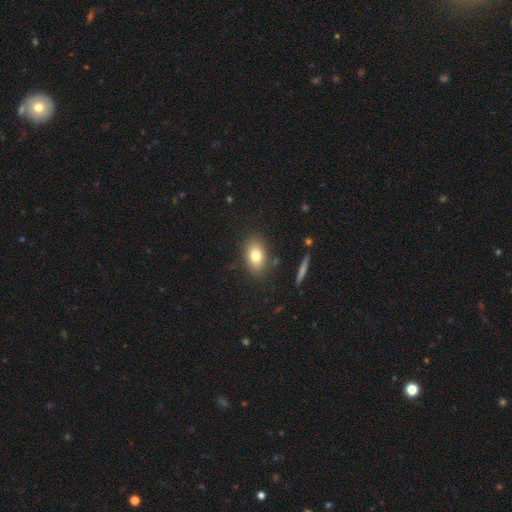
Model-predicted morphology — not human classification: A smooth galaxy with no disk features (77%) that is in between round and cigar-shaped (84%). Merging: none (83%).